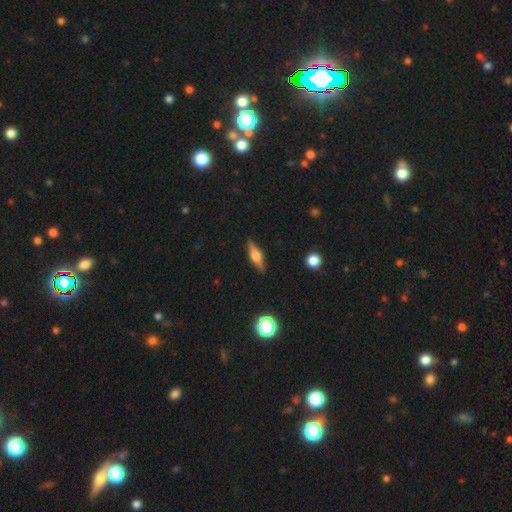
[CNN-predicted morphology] This is likely a featured or disk galaxy (64%). It is clearly viewed edge-on (96%). Edge-on bulge: clearly rounded (86%). Merging: clearly none (89%).